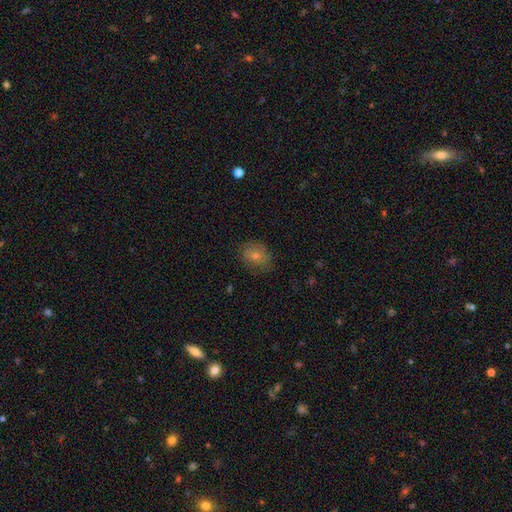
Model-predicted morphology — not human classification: Smooth or featured? Predicted: smooth (p=0.62). How rounded? Predicted: round (p=0.59). Merging? Predicted: none (p=0.80).